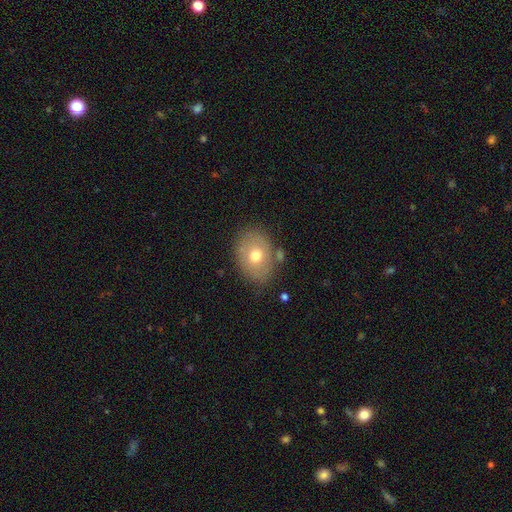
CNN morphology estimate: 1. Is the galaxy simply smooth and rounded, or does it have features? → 66% smooth, 25% featured or disk, 9% star or artifact.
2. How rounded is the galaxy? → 64% in between, 35% round, 1% cigar-shaped.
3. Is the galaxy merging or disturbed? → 75% none, 15% minor disturbance, 5% merger, 5% major disturbance.